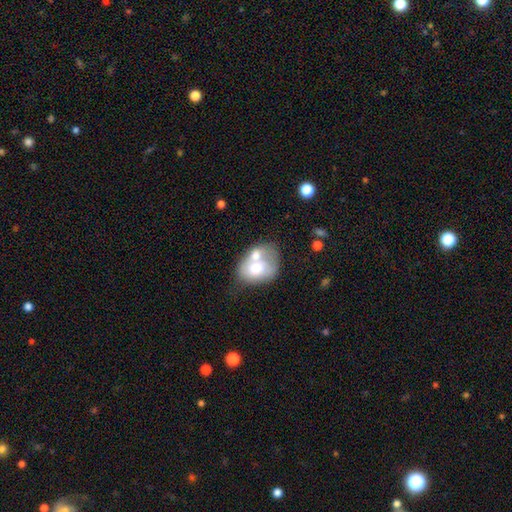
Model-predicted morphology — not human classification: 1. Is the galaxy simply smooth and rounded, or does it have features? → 61% smooth, 32% featured or disk, 7% star or artifact.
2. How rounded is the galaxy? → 70% in between, 29% round, 1% cigar-shaped.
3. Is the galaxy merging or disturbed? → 54% merger, 23% none, 14% minor disturbance, 9% major disturbance.